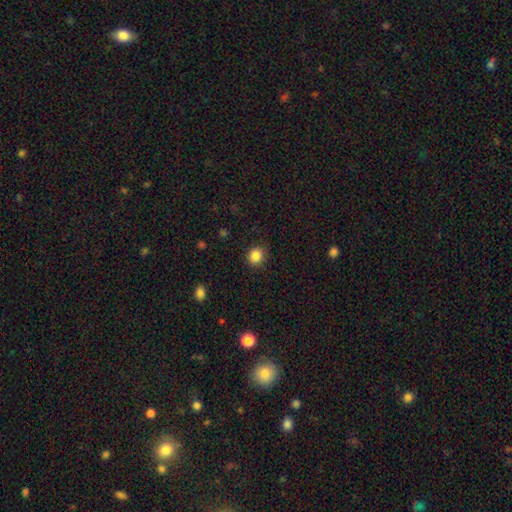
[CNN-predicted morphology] This appears to be a smooth galaxy with no disk features (85%) that is round (80%). Merging: none (87%).